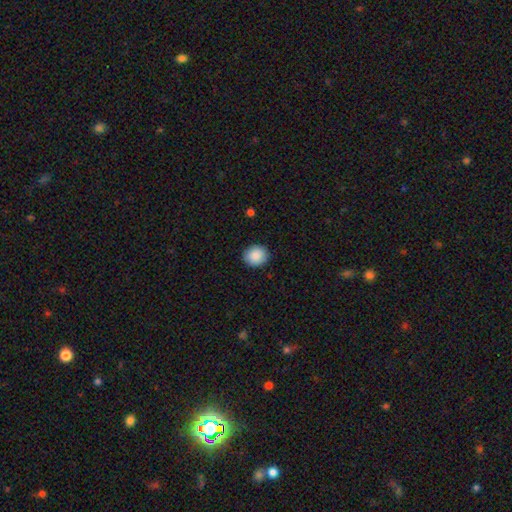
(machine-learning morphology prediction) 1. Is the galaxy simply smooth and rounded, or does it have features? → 89% smooth, 7% star or artifact, 4% featured or disk.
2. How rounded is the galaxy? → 80% round, 19% in between, 1% cigar-shaped.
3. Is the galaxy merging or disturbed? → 90% none, 7% minor disturbance, 2% major disturbance, 1% merger.